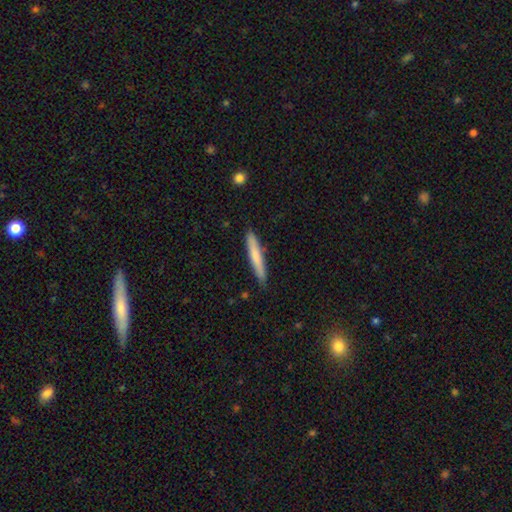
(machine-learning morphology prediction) smooth 72%, featured or disk 23%, star or artifact 5%. Down the decision tree: how rounded — cigar-shaped (95%); merging — none (87%).